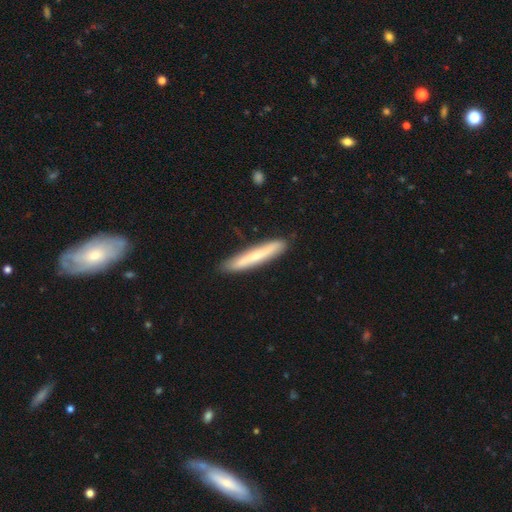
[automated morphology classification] Smooth or featured: smooth — 54% (featured or disk — 40%)
How rounded: cigar-shaped — 94% (in between — 5%)
Merging: none — 88% (minor disturbance — 9%)